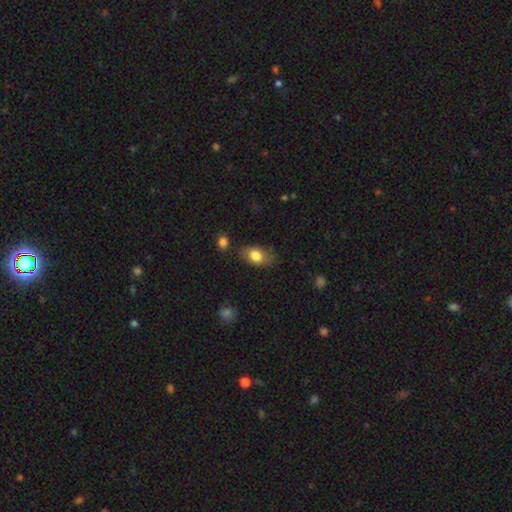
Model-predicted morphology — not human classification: Overall: smooth (80%). How rounded: in between (85%). Merging: none (75%).